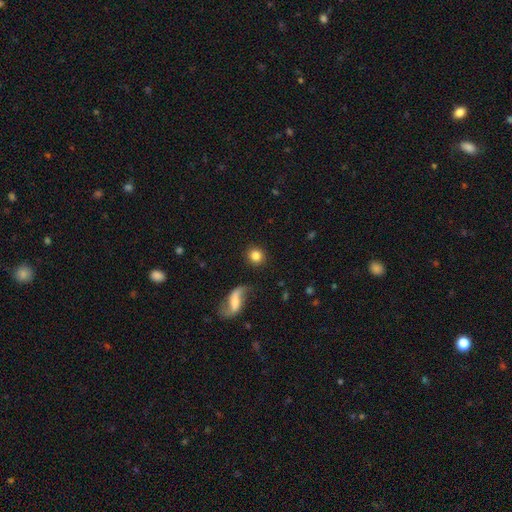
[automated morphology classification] Smooth or featured? Predicted: smooth (p=0.82). How rounded? Predicted: round (p=0.91). Merging? Predicted: none (p=0.87).